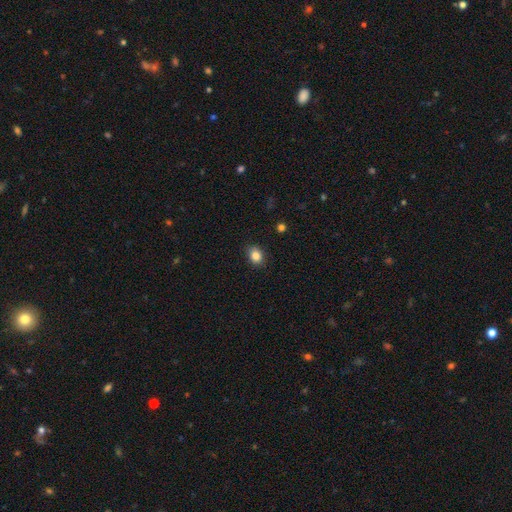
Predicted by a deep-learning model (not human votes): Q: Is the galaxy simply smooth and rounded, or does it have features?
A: smooth — 86%.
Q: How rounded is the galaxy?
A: in between — 59%.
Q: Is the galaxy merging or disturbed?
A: none — 86%.